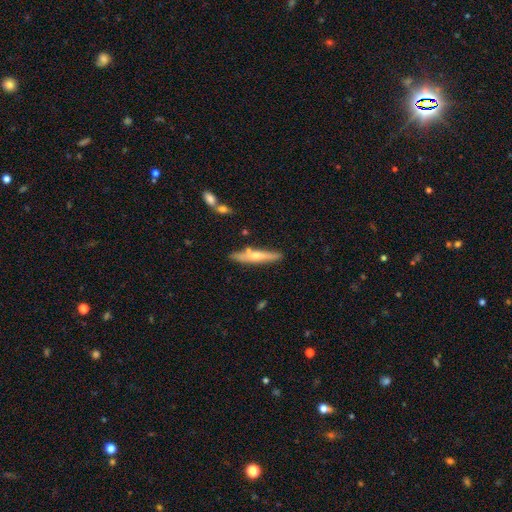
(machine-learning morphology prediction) Overall: featured or disk (51%; smooth 43%). Edge-on disk: yes (91%). Merging: none (77%).